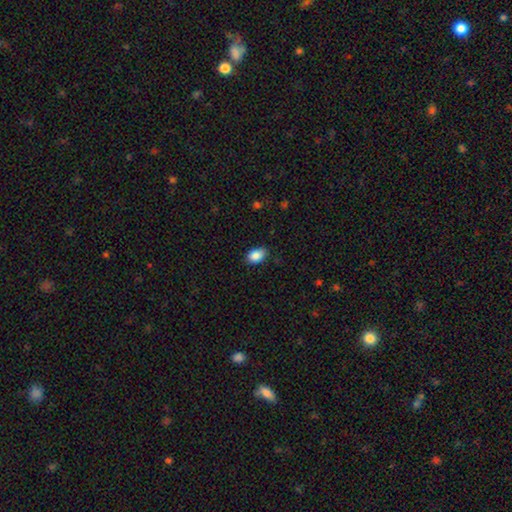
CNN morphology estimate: smooth_or_featured: smooth (p=0.88) [alt: star or artifact p=0.08]
how_rounded: in between (p=0.87) [alt: round p=0.12]
merging: none (p=0.84) [alt: minor disturbance p=0.12]